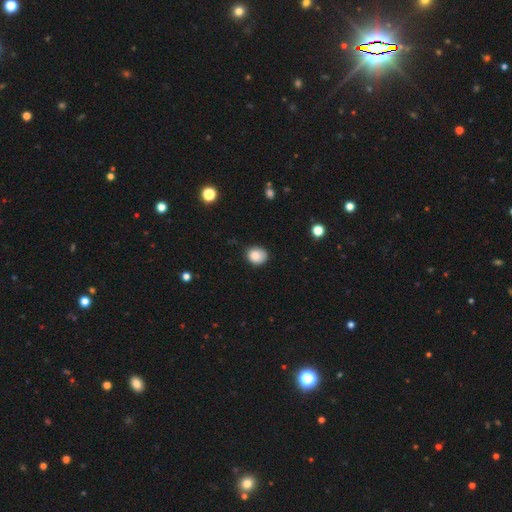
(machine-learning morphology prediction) smooth-or-featured: smooth: 84% | star or artifact: 10% | featured or disk: 6%
  how-rounded: round: 70% | in between: 30% | cigar-shaped: 1%
  merging: none: 74% | minor disturbance: 21% | major disturbance: 4% | merger: 2%